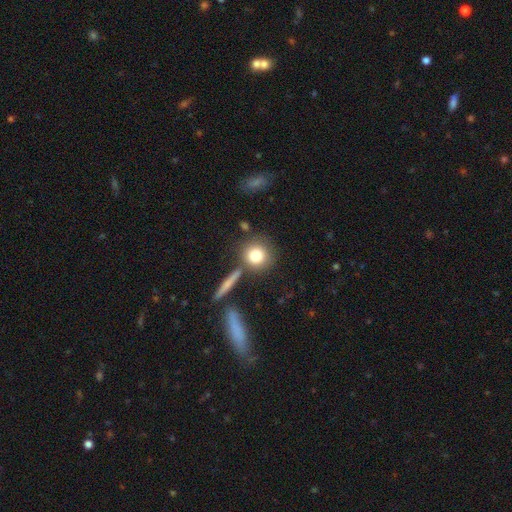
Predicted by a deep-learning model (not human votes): The model was most divided on "merging": none: 72%, merger: 13%, minor disturbance: 10%, major disturbance: 4%. More confident: how rounded — round (87%); smooth or featured — smooth (81%).